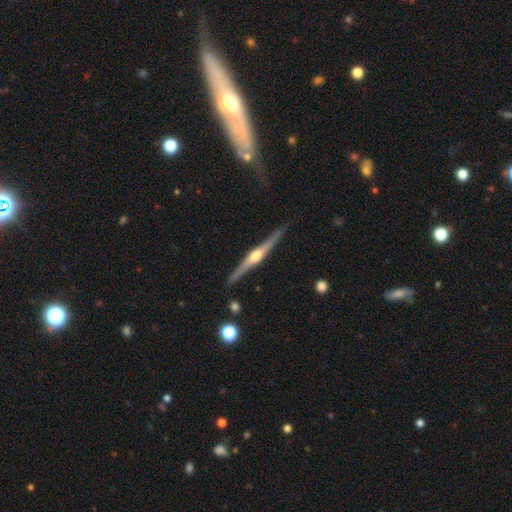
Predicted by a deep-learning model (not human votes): Smooth or featured?
  - featured or disk: 81% *
  - smooth: 14%
  - star or artifact: 5%
Edge-on disk?
  - yes: 98% *
  - no: 2%
Edge-on bulge?
  - rounded: 92% *
  - boxy: 5%
  - none: 4%
Merging?
  - none: 87% *
  - minor disturbance: 9%
  - merger: 2%
  - major disturbance: 2%